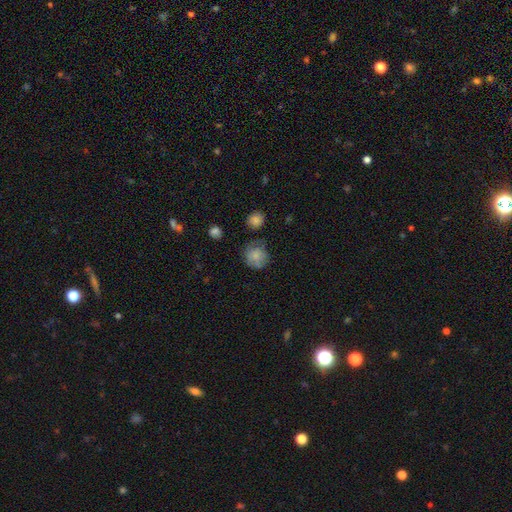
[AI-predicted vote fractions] This appears to be a smooth galaxy with no disk features (72%) that is round (82%). Merging: none (57%).